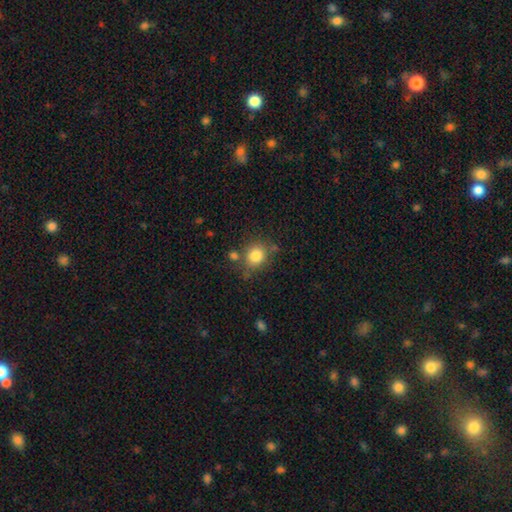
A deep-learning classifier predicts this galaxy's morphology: Q: Smooth or featured?
A: smooth (81%); runner-up: star or artifact (11%)
Q: How rounded?
A: round (78%); runner-up: in between (21%)
Q: Merging?
A: none (71%); runner-up: minor disturbance (15%)